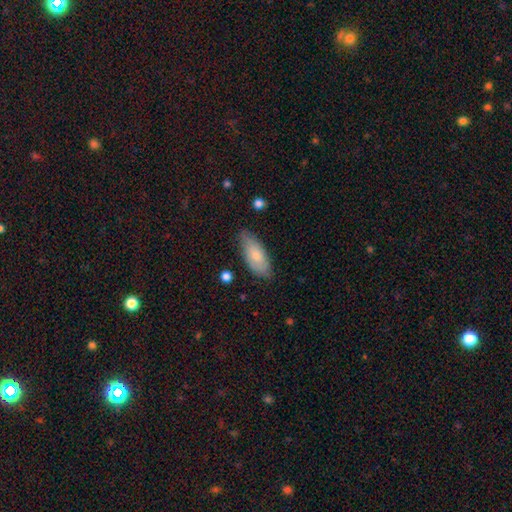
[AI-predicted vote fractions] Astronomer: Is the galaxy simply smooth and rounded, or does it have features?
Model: smooth — 75%.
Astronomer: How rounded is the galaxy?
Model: in between — 84%.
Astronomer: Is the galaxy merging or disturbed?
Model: none — 75%.